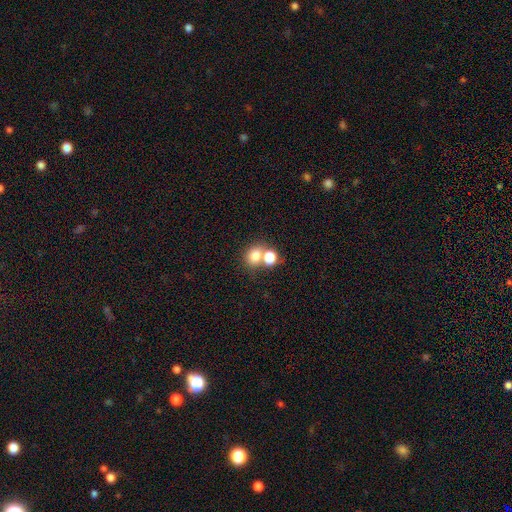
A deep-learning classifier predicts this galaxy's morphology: type=smooth (77%); roundness=round (66%); merging=merger (52%).